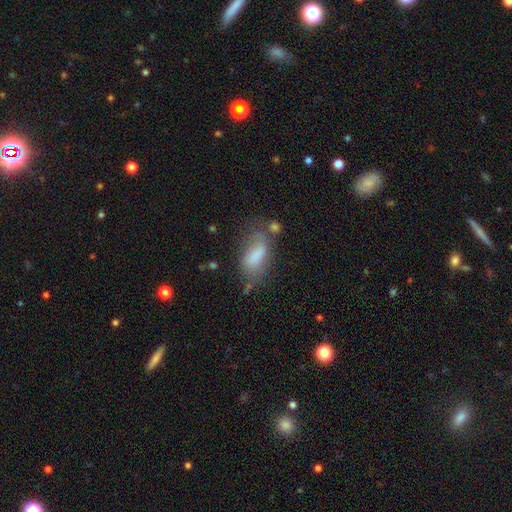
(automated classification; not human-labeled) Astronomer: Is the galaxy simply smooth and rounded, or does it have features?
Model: smooth — 71%.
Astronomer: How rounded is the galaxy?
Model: in between — 83%.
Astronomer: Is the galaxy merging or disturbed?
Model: none — 38% (runner-up: minor disturbance, 29%).